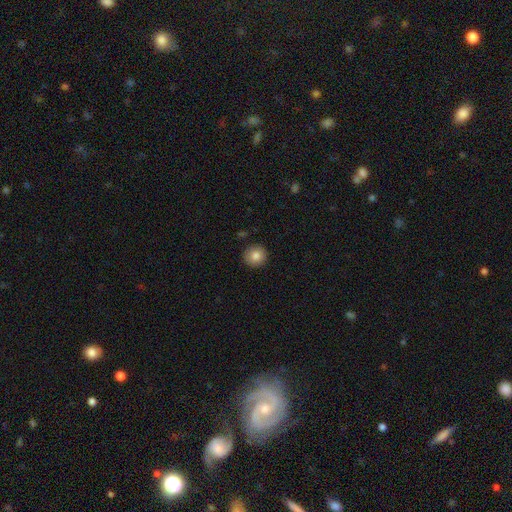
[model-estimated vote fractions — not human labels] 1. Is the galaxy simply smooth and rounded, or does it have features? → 84% smooth, 9% star or artifact, 7% featured or disk.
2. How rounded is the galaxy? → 93% round, 6% in between, 1% cigar-shaped.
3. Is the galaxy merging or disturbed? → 91% none, 6% minor disturbance, 2% major disturbance, 1% merger.